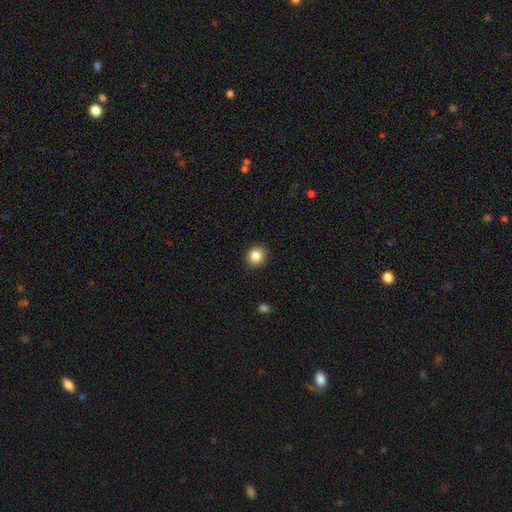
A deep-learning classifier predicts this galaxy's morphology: Overall: smooth (85%). How rounded: round (83%). Merging: none (91%).